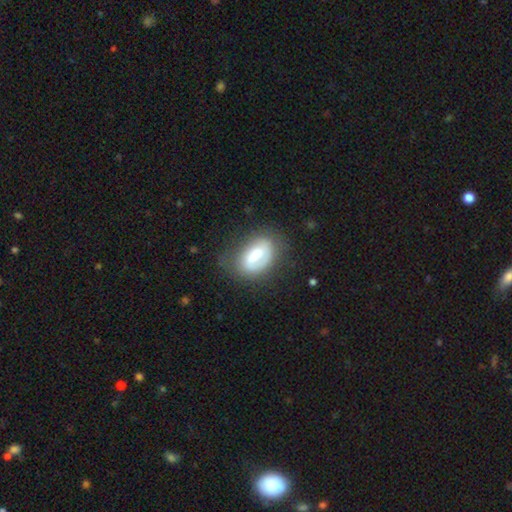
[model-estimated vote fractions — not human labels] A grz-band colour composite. It shows a smooth galaxy with no disk features (52%) that is in between round and cigar-shaped (86%). Merging: none (56%).